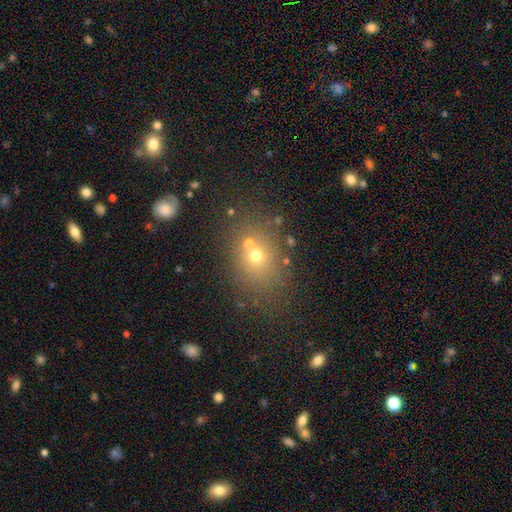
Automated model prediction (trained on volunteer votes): This appears to be a smooth galaxy with no disk features (60%) that is round (51%). Merging: none (63%).